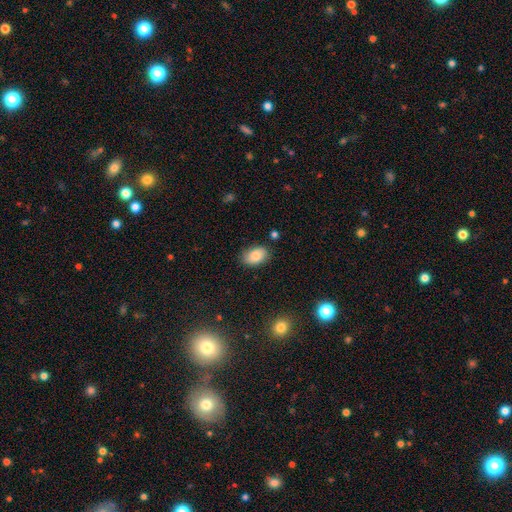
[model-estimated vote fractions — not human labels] A smooth galaxy with no disk features (83%) that is in between round and cigar-shaped (89%). Merging: none (80%).